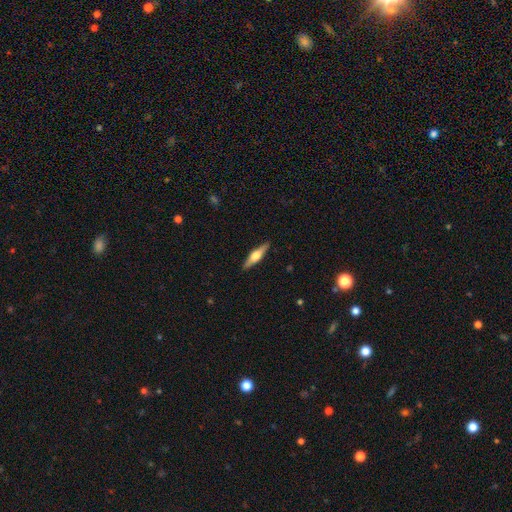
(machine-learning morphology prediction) This is possibly a featured or disk galaxy (59%). It is clearly viewed edge-on (96%). Edge-on bulge: clearly rounded (92%). Merging: clearly none (90%).